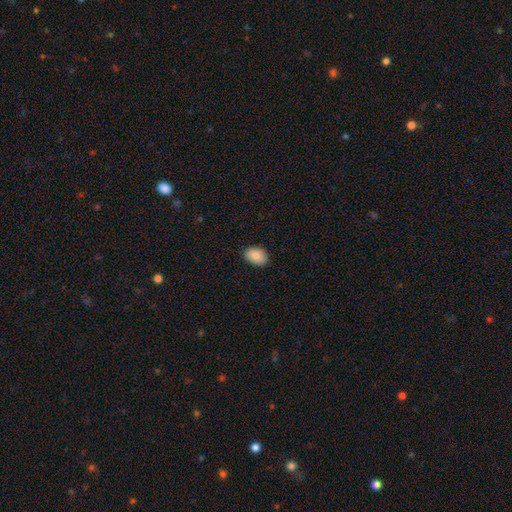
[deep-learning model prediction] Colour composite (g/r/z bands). It shows a smooth galaxy with no disk features (89%) that is in between round and cigar-shaped (87%). Merging: none (88%).